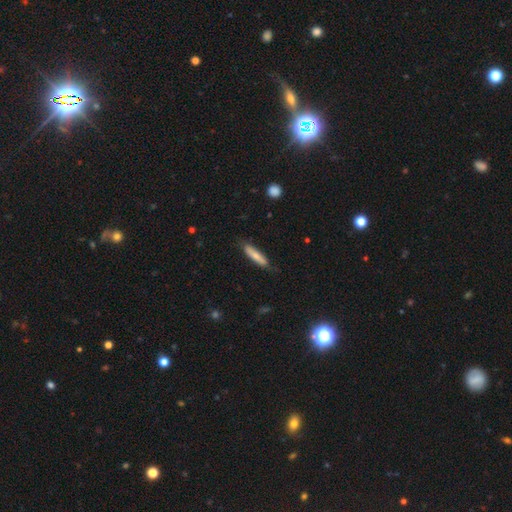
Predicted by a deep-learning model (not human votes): This appears to be a smooth galaxy with no disk features (71%) that is cigar-shaped (81%). Merging: none (76%).